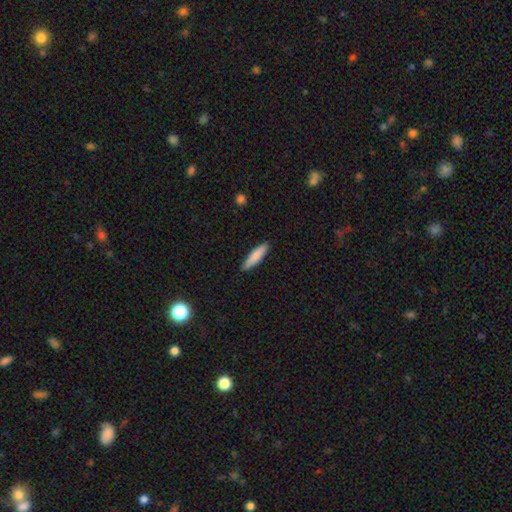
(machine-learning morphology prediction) smooth-or-featured: smooth: 85% | featured or disk: 10% | star or artifact: 6%
  how-rounded: cigar-shaped: 75% | in between: 24% | round: 1%
  merging: none: 87% | minor disturbance: 10% | major disturbance: 2% | merger: 1%